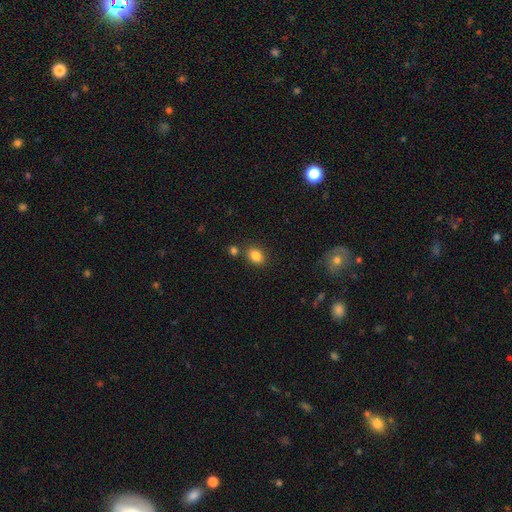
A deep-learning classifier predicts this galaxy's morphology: Q: Smooth or featured?
A: smooth (84%); runner-up: star or artifact (10%)
Q: How rounded?
A: in between (68%); runner-up: round (31%)
Q: Merging?
A: none (76%); runner-up: minor disturbance (11%)